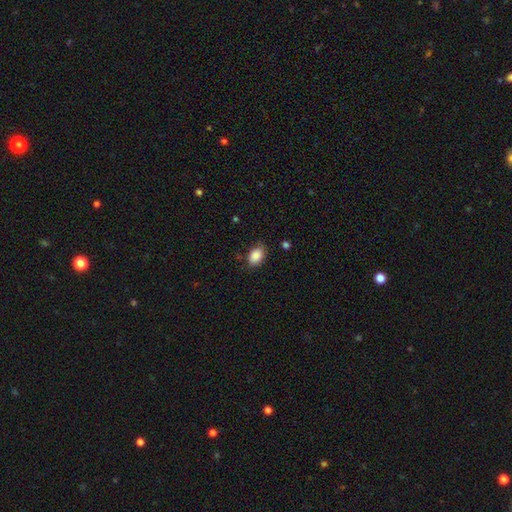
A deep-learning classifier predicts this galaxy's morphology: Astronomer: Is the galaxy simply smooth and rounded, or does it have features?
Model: smooth — 87%.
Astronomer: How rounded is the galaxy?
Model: in between — 85%.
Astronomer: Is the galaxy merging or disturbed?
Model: none — 72%.